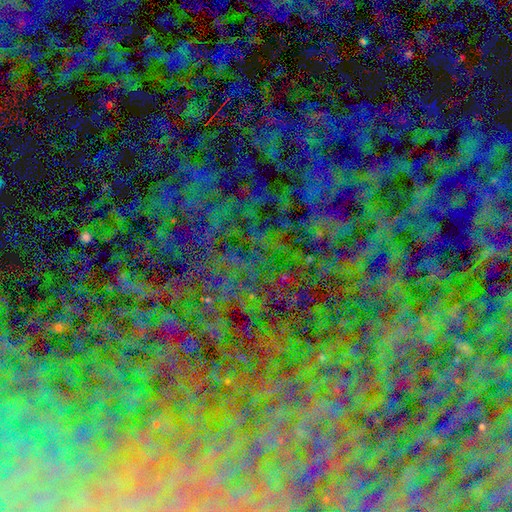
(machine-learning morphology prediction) smooth-or-featured: star or artifact: 82% | featured or disk: 10% | smooth: 9%